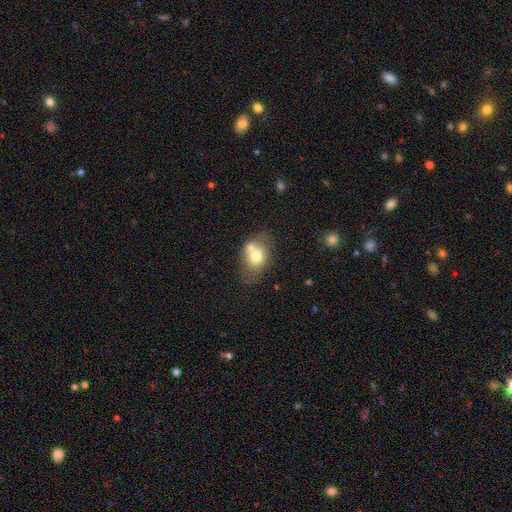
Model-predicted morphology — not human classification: This is likely a smooth galaxy (68%). How rounded: likely in between (77%). Merging: possibly none (45%).